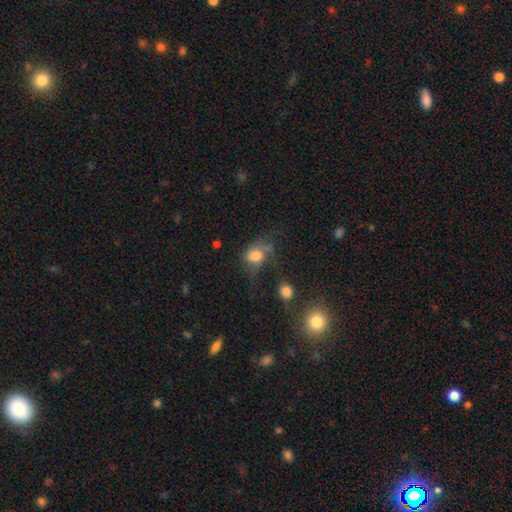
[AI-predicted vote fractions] Smooth or featured? smooth (65%)
How rounded? in between (66%)
Merging? major disturbance (35%)